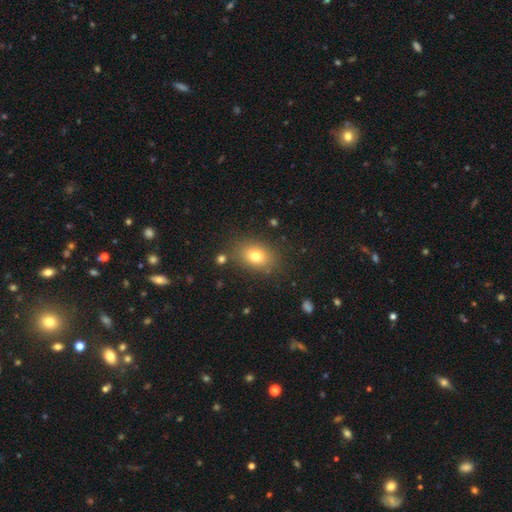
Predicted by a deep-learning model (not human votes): Smooth or featured?
  - smooth: 76% *
  - featured or disk: 12%
  - star or artifact: 12%
How rounded?
  - in between: 73% *
  - round: 26%
  - cigar-shaped: 1%
Merging?
  - none: 82% *
  - minor disturbance: 11%
  - major disturbance: 4%
  - merger: 3%